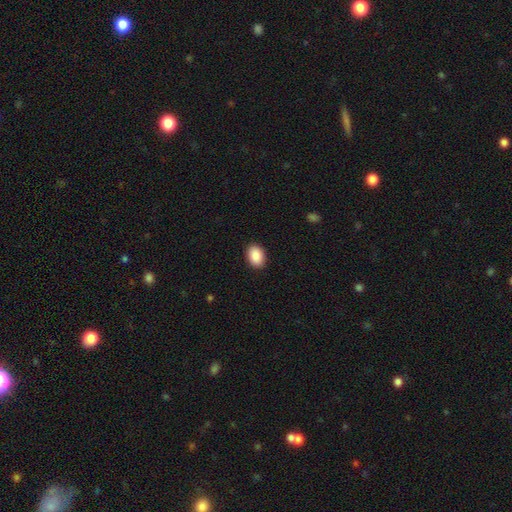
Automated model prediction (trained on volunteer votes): This is clearly a smooth galaxy (90%). How rounded: clearly in between (82%). Merging: clearly none (90%).